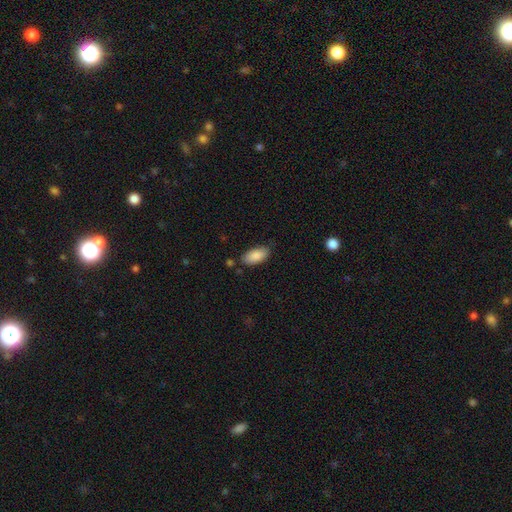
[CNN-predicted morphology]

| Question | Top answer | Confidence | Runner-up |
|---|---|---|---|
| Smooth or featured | smooth | 87% | star or artifact (6%) |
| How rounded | in between | 92% | cigar-shaped (6%) |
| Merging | none | 78% | minor disturbance (16%) |